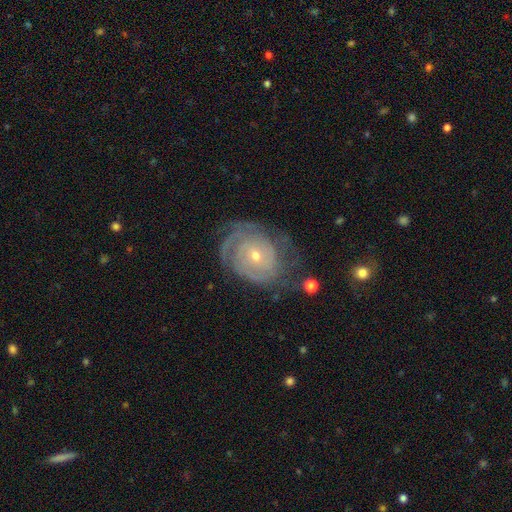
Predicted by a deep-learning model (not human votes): Smooth or featured? featured or disk (83%)
Edge-on disk? no (97%)
Bar? no (76%)
Spiral arms? yes (93%)
Spiral winding? tight (74%)
Spiral arm count? can't tell (40%)
Bulge size? small (67%)
Merging? none (61%)